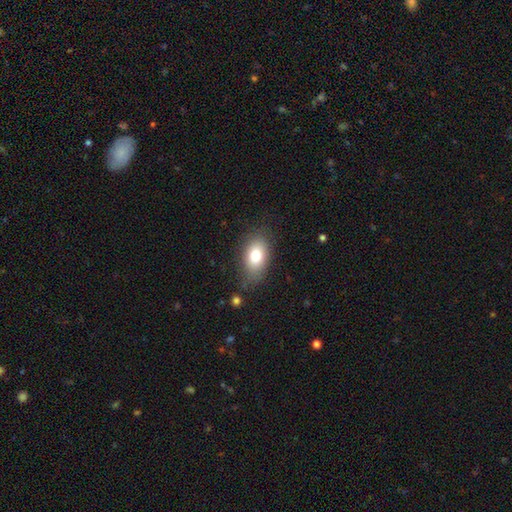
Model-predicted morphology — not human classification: Smooth or featured: smooth — 78% (featured or disk — 13%)
How rounded: in between — 88% (round — 10%)
Merging: none — 78% (minor disturbance — 15%)